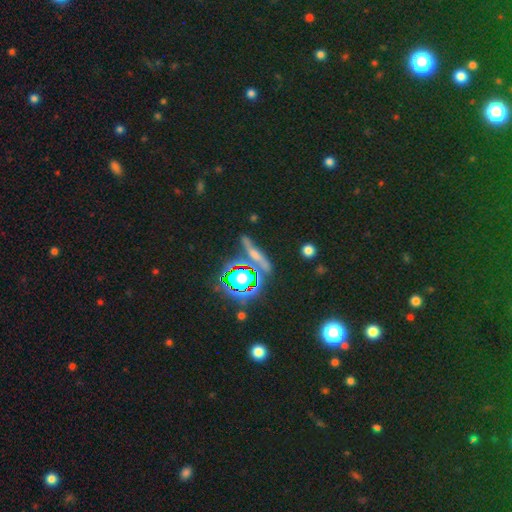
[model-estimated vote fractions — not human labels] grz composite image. It shows a smooth galaxy with no disk features (36%). Merging: none (67%).